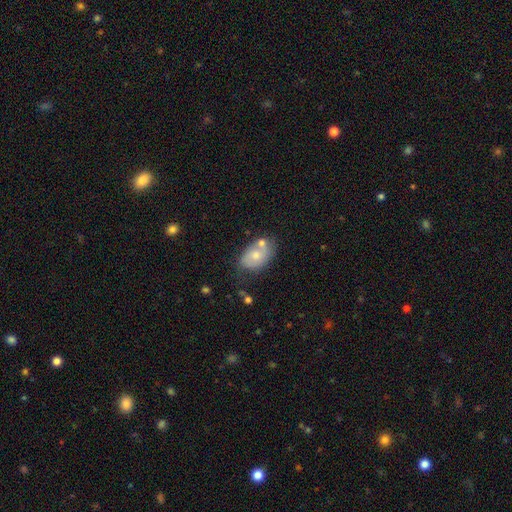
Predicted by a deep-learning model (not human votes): This appears to be a smooth galaxy with no disk features (63%) that is in between round and cigar-shaped (86%). Merging: none (50%).